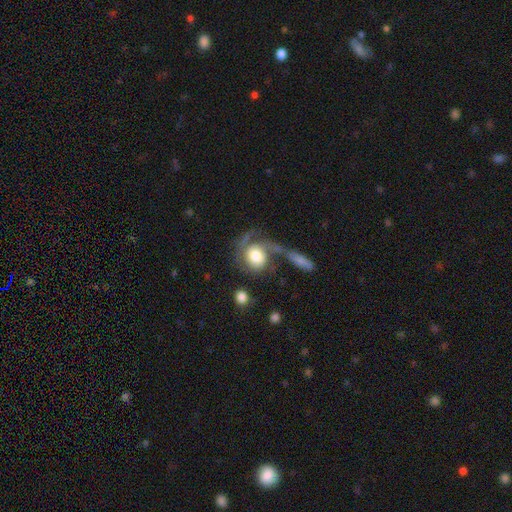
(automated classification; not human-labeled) Smooth or featured?
  - featured or disk: 48% *
  - smooth: 45%
  - star or artifact: 7%
Merging?
  - major disturbance: 30% *
  - merger: 28%
  - none: 28%
  - minor disturbance: 14%